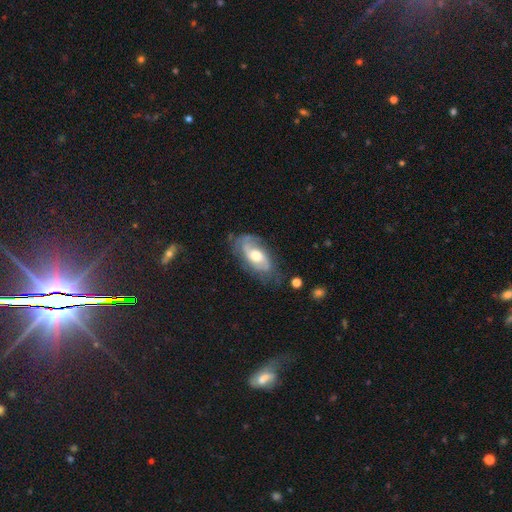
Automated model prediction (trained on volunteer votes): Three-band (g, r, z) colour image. It shows a featured or disk galaxy (73%) with no bar (59%), 2 (63%) medium (43%) spiral arms (88%) and a moderate central bulge (62%). Merging: none (59%).